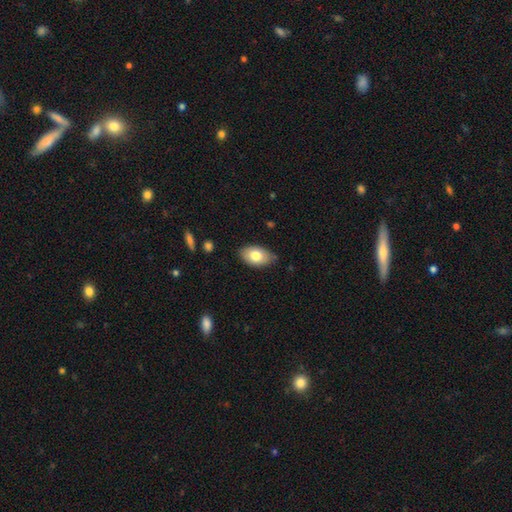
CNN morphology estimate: type=smooth (77%); roundness=in between (92%); merging=none (79%).